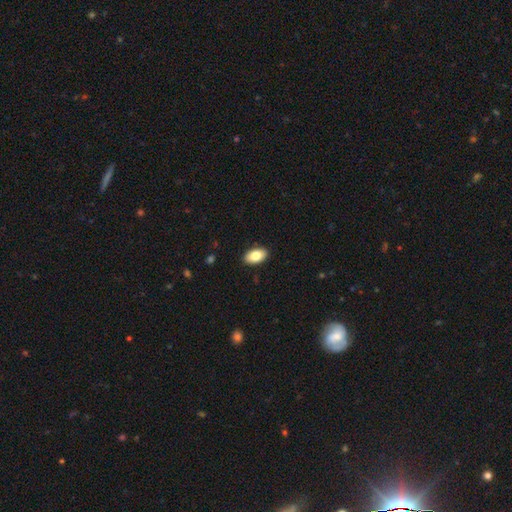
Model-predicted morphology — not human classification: Smooth or featured?
  - smooth: 82% *
  - featured or disk: 11%
  - star or artifact: 7%
How rounded?
  - in between: 94% *
  - round: 4%
  - cigar-shaped: 2%
Merging?
  - none: 90% *
  - minor disturbance: 7%
  - major disturbance: 2%
  - merger: 1%